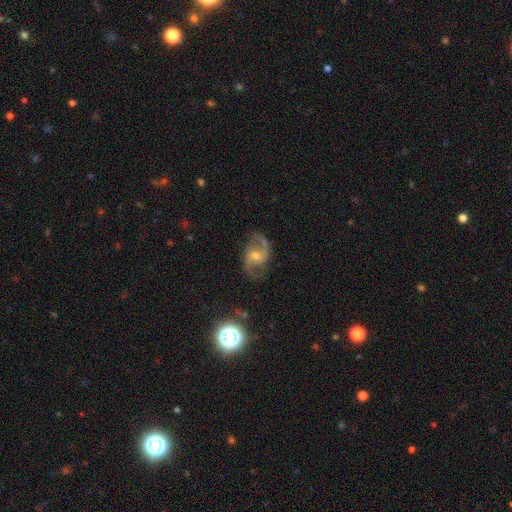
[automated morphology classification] A featured or disk galaxy (87%) with no bar (48%), 2 (92%) medium (49%) spiral arms (97%) and a small central bulge (49%).

Vote fractions:
- Smooth or featured? featured or disk: 87% / star or artifact: 7% / smooth: 6%
- Edge-on disk? no: 98% / yes: 2%
- Bar? no: 48% / weak: 40% / strong: 12%
- Spiral arms? yes: 97% / no: 3%
- Spiral winding? medium: 49% / loose: 40% / tight: 11%
- Spiral arm count? 2: 92% / can't tell: 2% / 3: 2% / 1: 2% / 4: 1% / more than 4: 1%
- Bulge size? small: 49% / moderate: 46% / large: 2% / none: 2% / dominant: 1%
- Merging? none: 76% / minor disturbance: 15% / major disturbance: 7% / merger: 2%